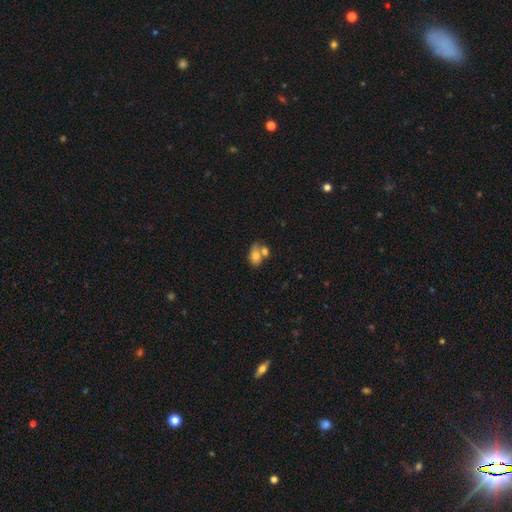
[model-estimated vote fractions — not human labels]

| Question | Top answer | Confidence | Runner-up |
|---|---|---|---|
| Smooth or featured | smooth | 76% | featured or disk (15%) |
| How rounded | in between | 80% | round (19%) |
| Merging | merger | 49% | none (31%) |